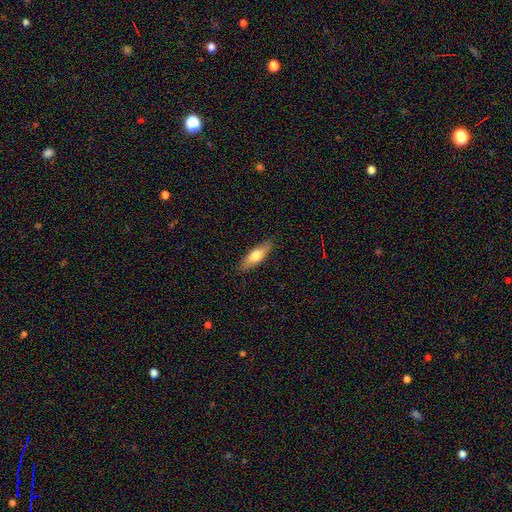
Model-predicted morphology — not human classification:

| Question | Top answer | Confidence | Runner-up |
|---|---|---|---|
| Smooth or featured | smooth | 68% | featured or disk (27%) |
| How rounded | in between | 49% | cigar-shaped (48%) |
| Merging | none | 86% | minor disturbance (11%) |